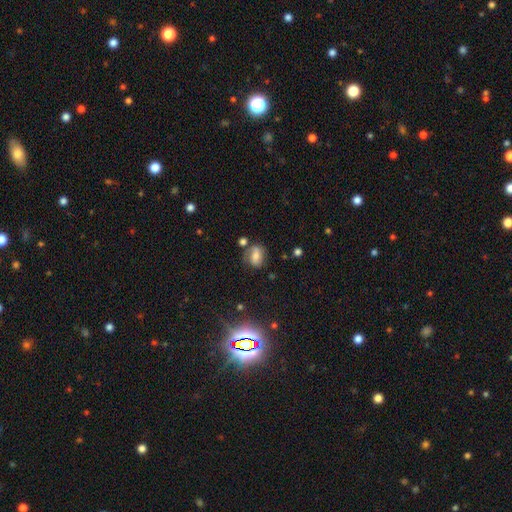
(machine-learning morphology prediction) A smooth galaxy with no disk features (56%) that is in between round and cigar-shaped (61%).

Vote fractions:
- Smooth or featured? smooth: 56% / featured or disk: 31% / star or artifact: 13%
- How rounded? in between: 61% / round: 36% / cigar-shaped: 3%
- Merging? none: 60% / minor disturbance: 21% / merger: 11% / major disturbance: 8%